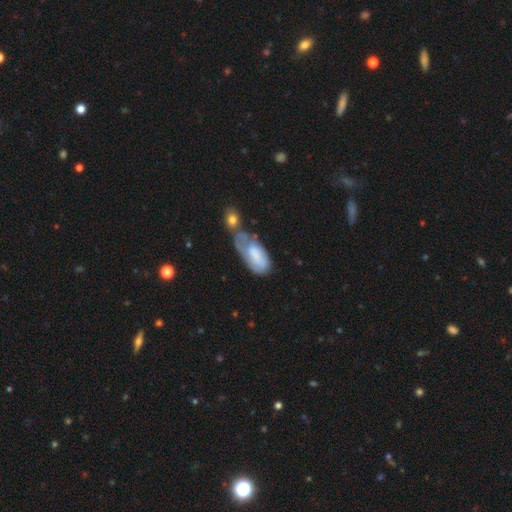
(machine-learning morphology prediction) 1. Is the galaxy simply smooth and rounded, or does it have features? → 56% smooth, 38% featured or disk, 7% star or artifact.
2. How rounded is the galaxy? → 89% in between, 8% cigar-shaped, 3% round.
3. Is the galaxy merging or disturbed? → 31% merger, 25% none, 25% minor disturbance, 19% major disturbance.